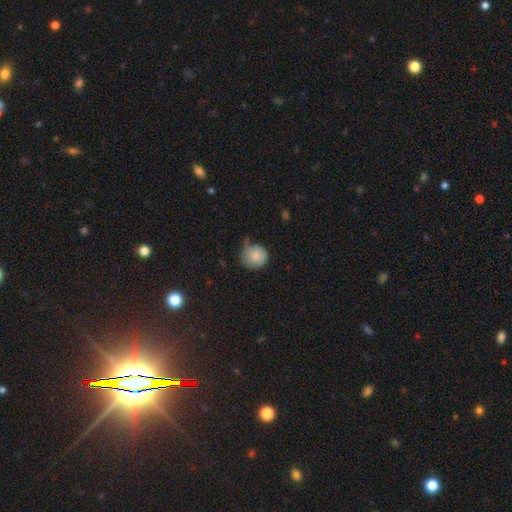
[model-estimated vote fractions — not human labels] smooth 83%, featured or disk 9%, star or artifact 8%. Down the decision tree: how rounded — round (90%); merging — none (60%).